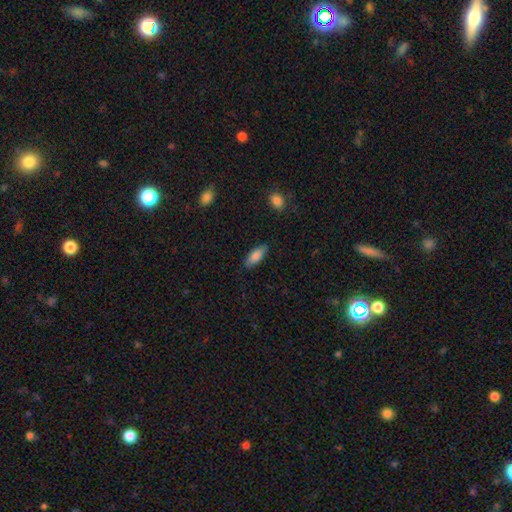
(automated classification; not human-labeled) smooth_or_featured: smooth (p=0.86) [alt: featured or disk p=0.08]
how_rounded: in between (p=0.76) [alt: cigar-shaped p=0.22]
merging: none (p=0.85) [alt: minor disturbance p=0.11]